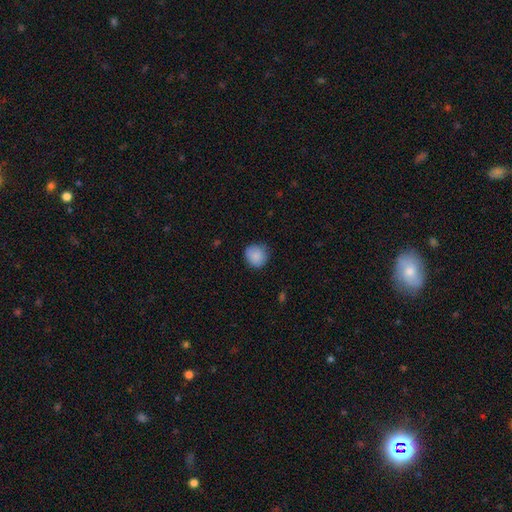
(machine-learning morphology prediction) smooth-or-featured: smooth: 88% | star or artifact: 8% | featured or disk: 5%
  how-rounded: round: 88% | in between: 11% | cigar-shaped: 1%
  merging: none: 79% | minor disturbance: 17% | major disturbance: 3% | merger: 1%